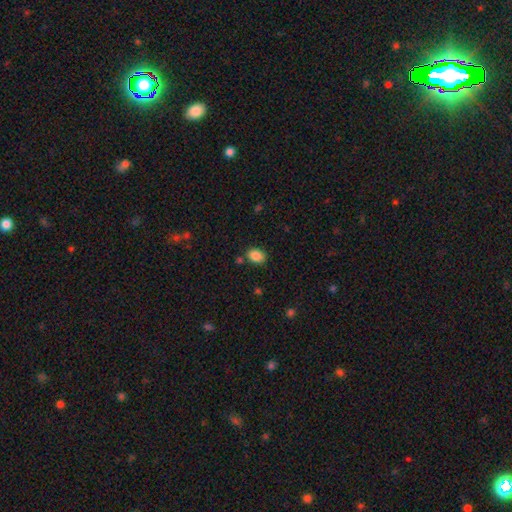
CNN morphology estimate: This appears to be a smooth galaxy with no disk features (87%) that is in between round and cigar-shaped (71%). Merging: none (80%).